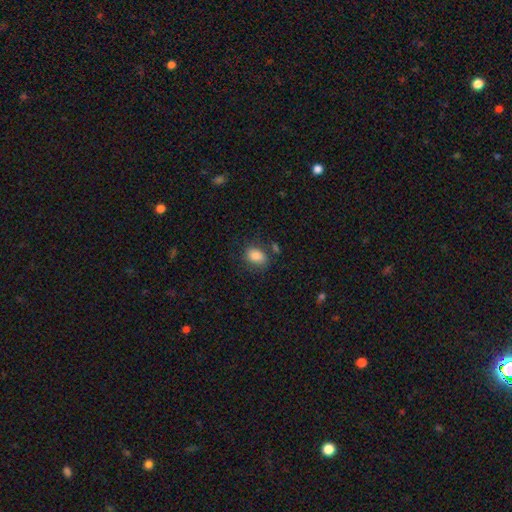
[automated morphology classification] Smooth or featured? Predicted: smooth (p=0.85). How rounded? Predicted: in between (p=0.77). Merging? Predicted: none (p=0.72).